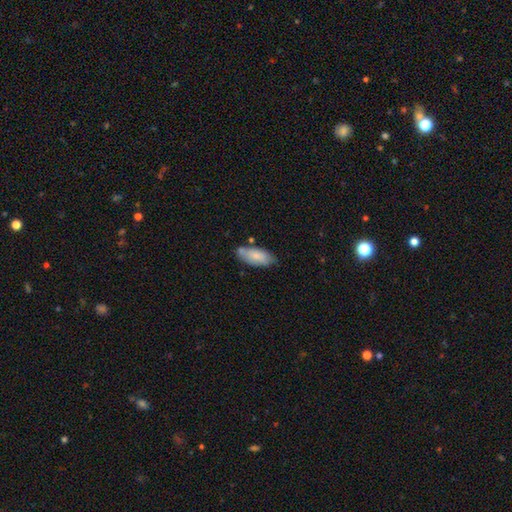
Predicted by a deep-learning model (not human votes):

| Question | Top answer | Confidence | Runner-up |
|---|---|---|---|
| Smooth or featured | smooth | 77% | featured or disk (17%) |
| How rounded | in between | 84% | cigar-shaped (15%) |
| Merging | none | 65% | minor disturbance (23%) |